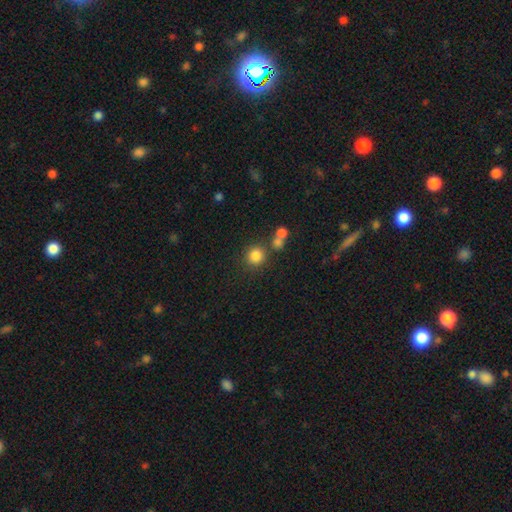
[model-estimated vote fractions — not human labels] The model was most divided on "merging": none: 74%, merger: 13%, minor disturbance: 9%, major disturbance: 4%. More confident: how rounded — round (91%); smooth or featured — smooth (82%).